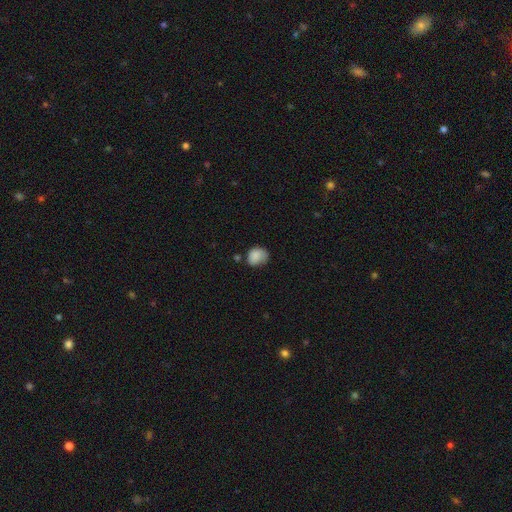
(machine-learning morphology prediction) Smooth or featured: smooth — 82% (featured or disk — 9%)
How rounded: round — 57% (in between — 42%)
Merging: none — 47% (minor disturbance — 35%)